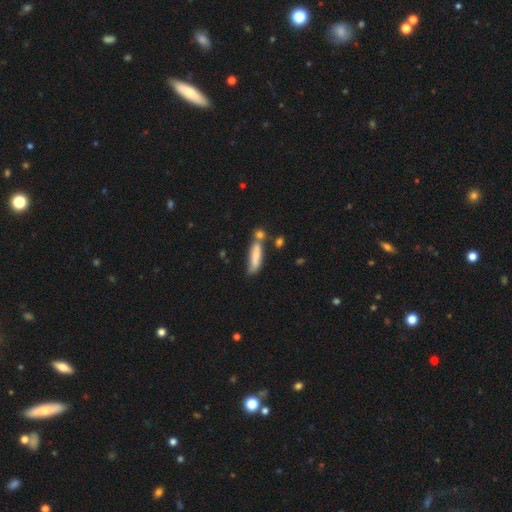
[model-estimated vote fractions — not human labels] This appears to be a smooth galaxy with no disk features (69%) that is cigar-shaped (66%). Merging: none (44%).